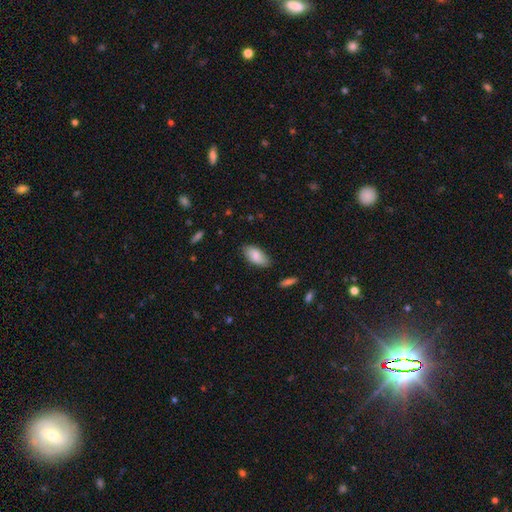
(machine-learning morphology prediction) A smooth galaxy with no disk features (84%) that is in between round and cigar-shaped (92%). Merging: none (80%).